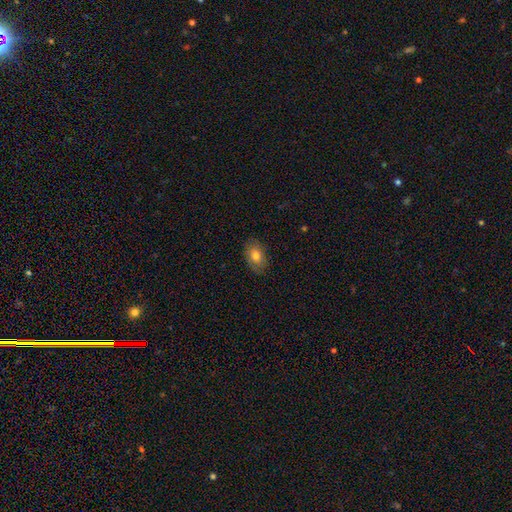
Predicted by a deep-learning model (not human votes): smooth 76%, featured or disk 15%, star or artifact 8%. Down the decision tree: how rounded — in between (85%); merging — none (83%).